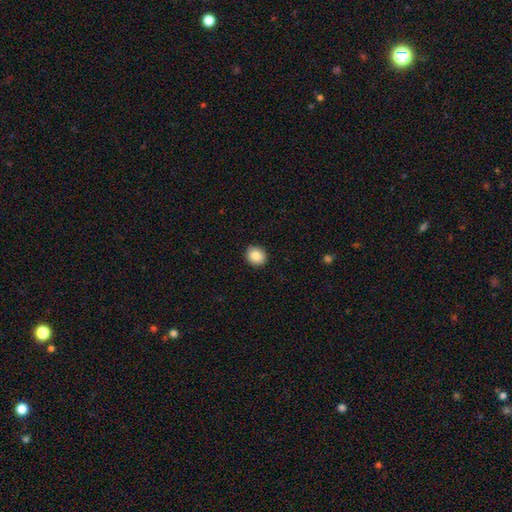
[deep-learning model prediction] Overall: smooth (85%). How rounded: round (77%). Merging: none (91%).